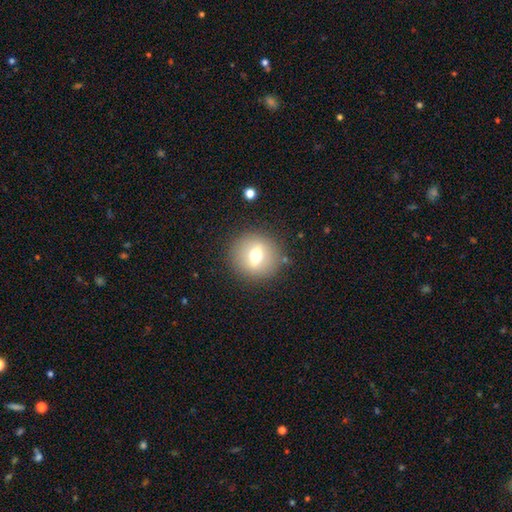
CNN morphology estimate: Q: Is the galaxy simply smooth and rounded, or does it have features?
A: smooth — 56%.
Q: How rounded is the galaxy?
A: round — 87%.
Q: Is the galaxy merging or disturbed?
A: none — 87%.